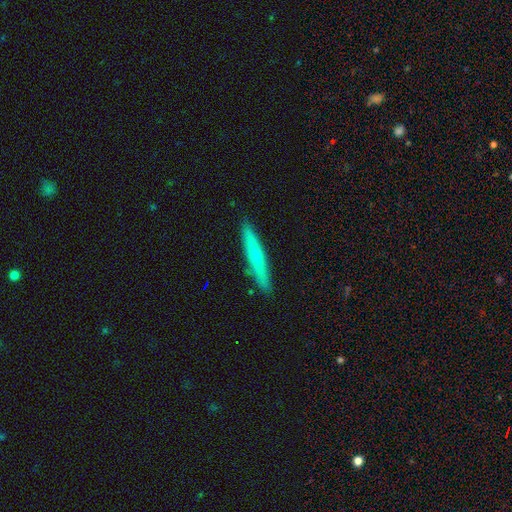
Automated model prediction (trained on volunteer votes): This appears to be a smooth galaxy with no disk features (57%) that is cigar-shaped (95%). Merging: none (89%).